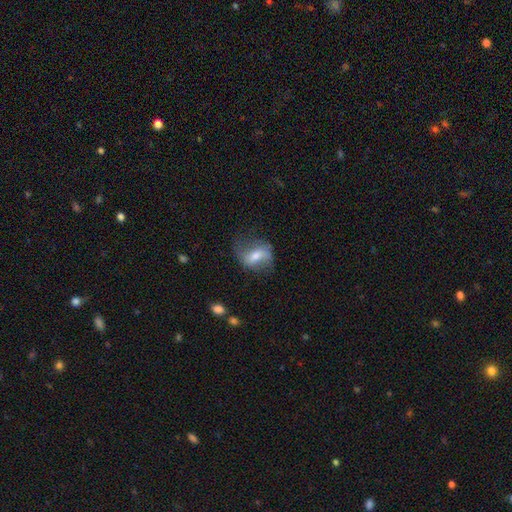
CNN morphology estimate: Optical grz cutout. It shows a featured or disk galaxy (50%). Merging: none (55%).